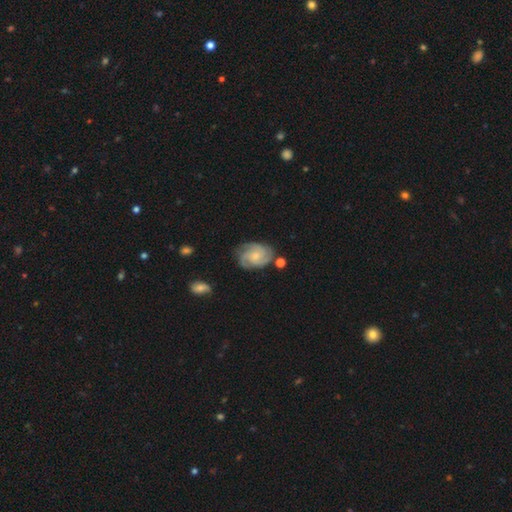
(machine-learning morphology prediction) A featured or disk galaxy (80%) with no bar (71%), 3 (44%) tight (50%) spiral arms (96%) and a small central bulge (63%). Merging: none (72%).